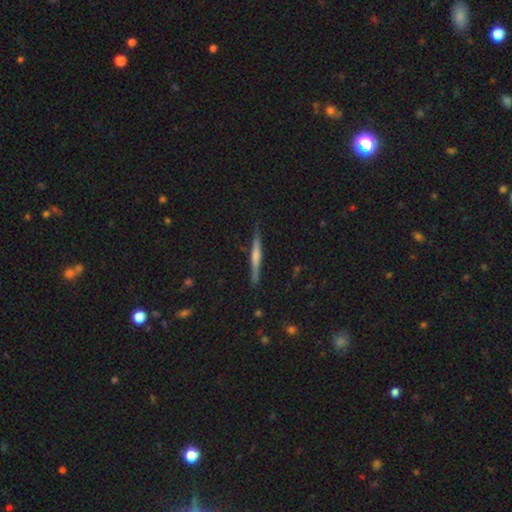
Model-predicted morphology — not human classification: A featured or disk galaxy (68%) viewed edge-on (98%) with a rounded central bulge (59%). Merging: none (90%).